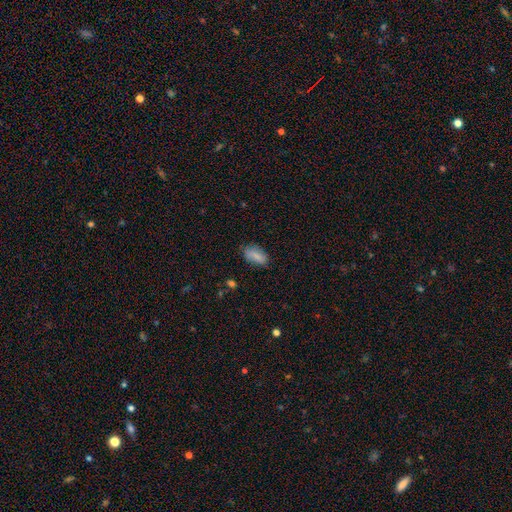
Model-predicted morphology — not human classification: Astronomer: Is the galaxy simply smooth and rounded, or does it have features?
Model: smooth — 80%.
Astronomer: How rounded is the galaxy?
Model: in between — 91%.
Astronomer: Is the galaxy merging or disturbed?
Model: none — 71%.